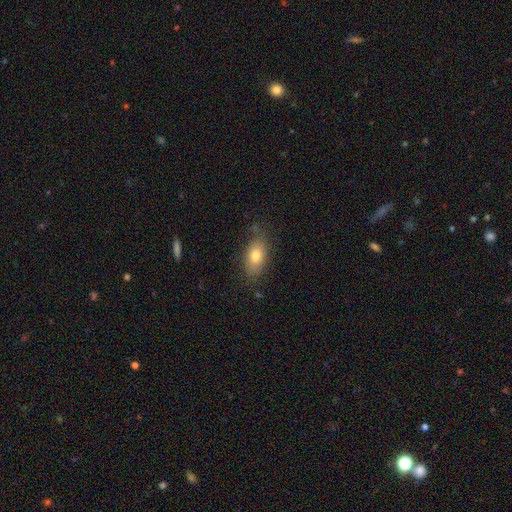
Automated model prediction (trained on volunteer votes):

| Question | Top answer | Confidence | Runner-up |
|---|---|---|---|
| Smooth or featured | smooth | 78% | featured or disk (14%) |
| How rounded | in between | 87% | round (8%) |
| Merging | none | 77% | minor disturbance (17%) |